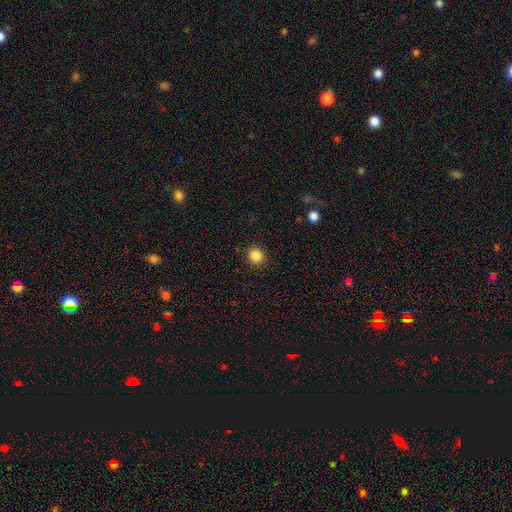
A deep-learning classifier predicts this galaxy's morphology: The model was most divided on "smooth or featured": smooth: 86%, star or artifact: 11%, featured or disk: 3%. More confident: merging — none (92%); how rounded — round (92%).